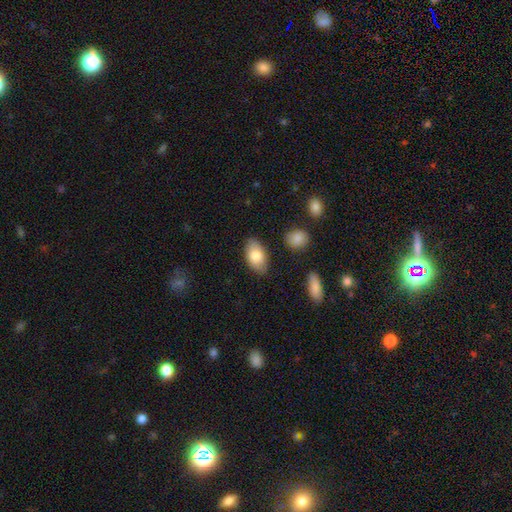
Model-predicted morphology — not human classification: Overall: smooth (79%). How rounded: in between (94%). Merging: none (83%).